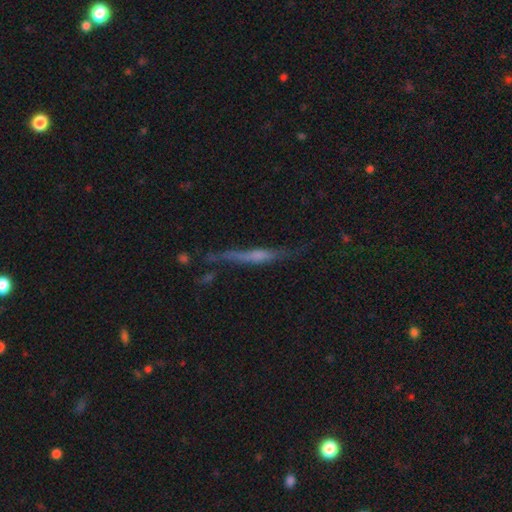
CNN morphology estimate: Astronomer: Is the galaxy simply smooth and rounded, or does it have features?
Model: featured or disk — 57% (runner-up: smooth, 32%).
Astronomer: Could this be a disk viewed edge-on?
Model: yes — 90%.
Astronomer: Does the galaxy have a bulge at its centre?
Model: rounded — 39% (runner-up: none, 38%).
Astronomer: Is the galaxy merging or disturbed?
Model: none — 60%.